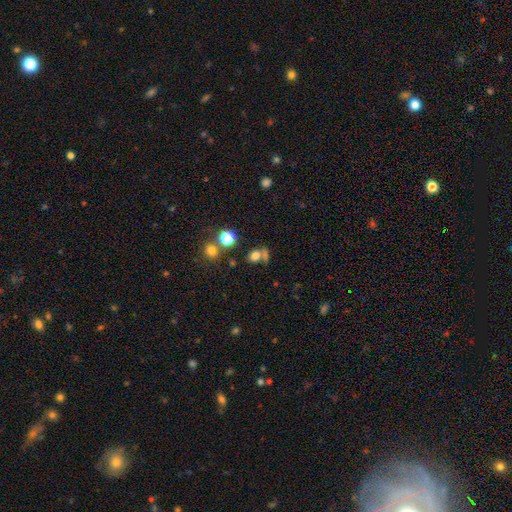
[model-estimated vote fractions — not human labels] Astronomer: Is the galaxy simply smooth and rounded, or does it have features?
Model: smooth — 72%.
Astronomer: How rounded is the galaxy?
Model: in between — 52% (runner-up: round, 46%).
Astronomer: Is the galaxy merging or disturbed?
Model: none — 50% (runner-up: merger, 30%).